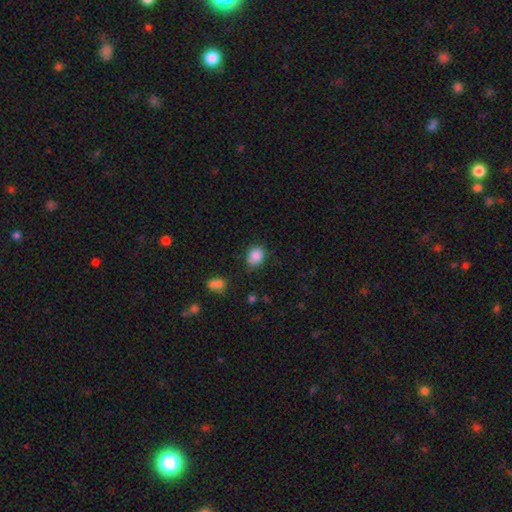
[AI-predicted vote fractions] Morphology: type=smooth (86%); roundness=in between (51%); merging=none (74%).